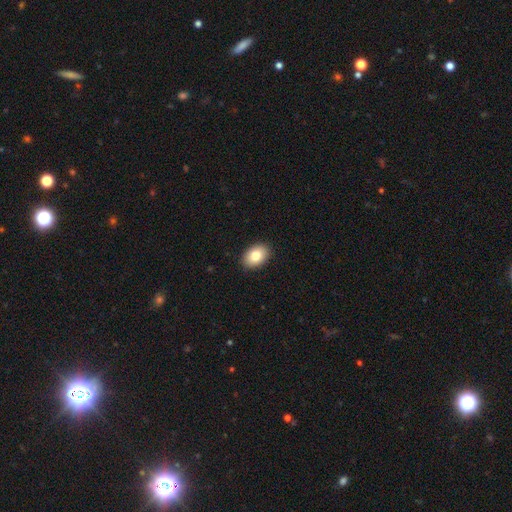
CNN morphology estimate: This is clearly a smooth galaxy (82%). How rounded: clearly in between (83%). Merging: clearly none (90%).